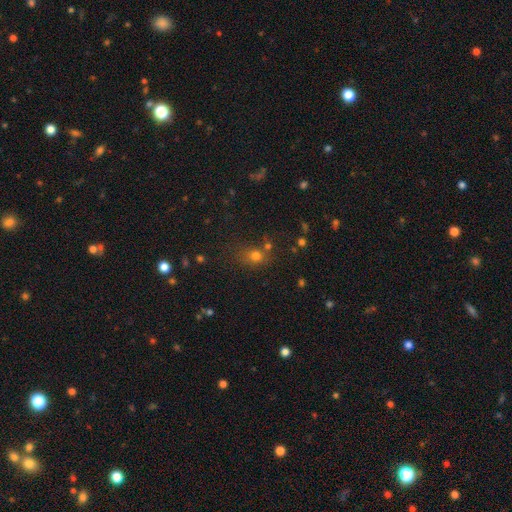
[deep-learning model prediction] Smooth or featured? Predicted: smooth (p=0.70). How rounded? Predicted: round (p=0.66). Merging? Predicted: none (p=0.59).